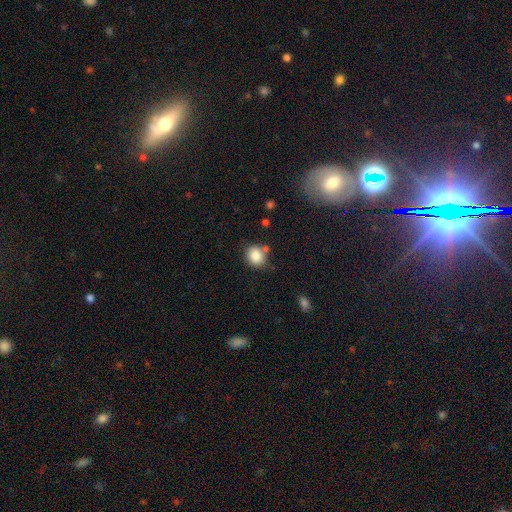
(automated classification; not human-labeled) A smooth galaxy with no disk features (84%) that is round (66%).

Vote fractions:
- Smooth or featured? smooth: 84% / star or artifact: 9% / featured or disk: 6%
- How rounded? round: 66% / in between: 33% / cigar-shaped: 1%
- Merging? none: 70% / minor disturbance: 15% / merger: 11% / major disturbance: 4%